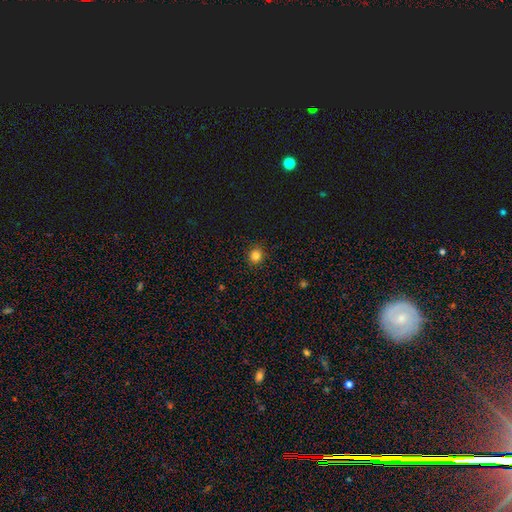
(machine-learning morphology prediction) Q: Smooth or featured?
A: smooth (83%); runner-up: star or artifact (13%)
Q: How rounded?
A: round (88%); runner-up: in between (11%)
Q: Merging?
A: none (92%); runner-up: minor disturbance (6%)